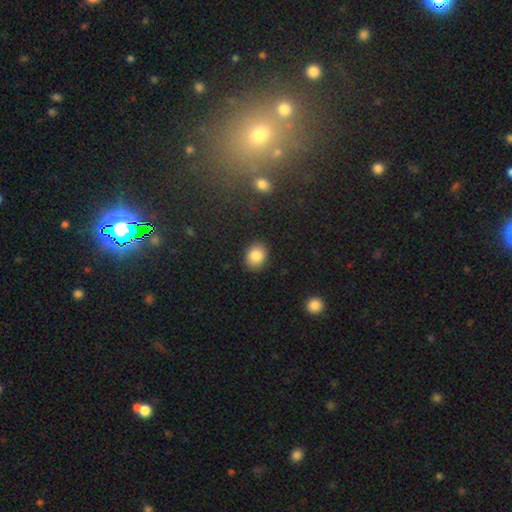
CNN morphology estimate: Smooth or featured? smooth (86%)
How rounded? round (58%)
Merging? none (88%)